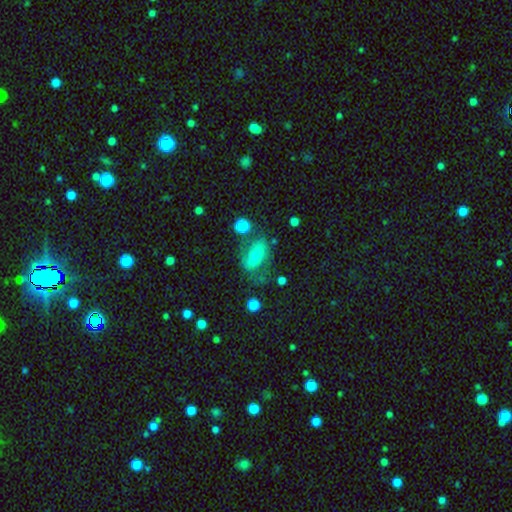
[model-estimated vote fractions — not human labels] Morphology: type=smooth (53%); roundness=in between (82%); merging=none (49%).